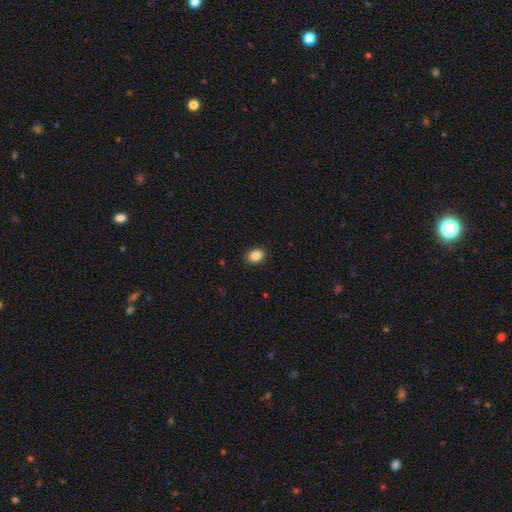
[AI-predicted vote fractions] Smooth or featured? smooth (87%)
How rounded? in between (68%)
Merging? none (89%)